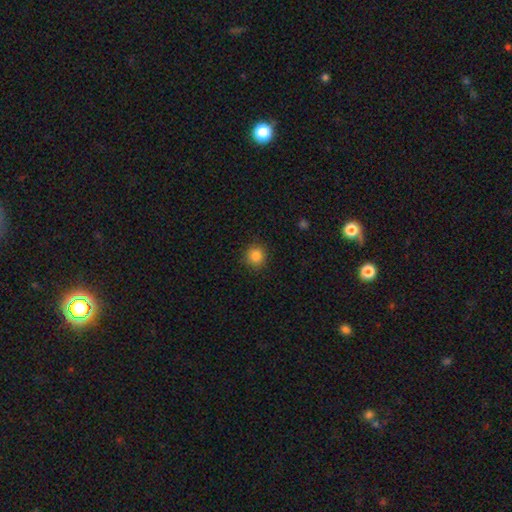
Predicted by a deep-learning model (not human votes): smooth 86%, star or artifact 11%, featured or disk 4%. Down the decision tree: how rounded — round (93%); merging — none (90%).